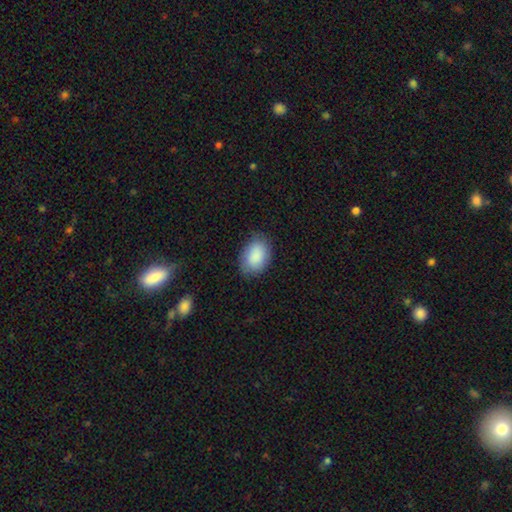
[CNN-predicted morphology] A smooth galaxy with no disk features (89%) that is in between round and cigar-shaped (84%).

Vote fractions:
- Smooth or featured? smooth: 89% / star or artifact: 6% / featured or disk: 5%
- How rounded? in between: 84% / round: 15% / cigar-shaped: 1%
- Merging? none: 79% / minor disturbance: 16% / major disturbance: 4% / merger: 1%